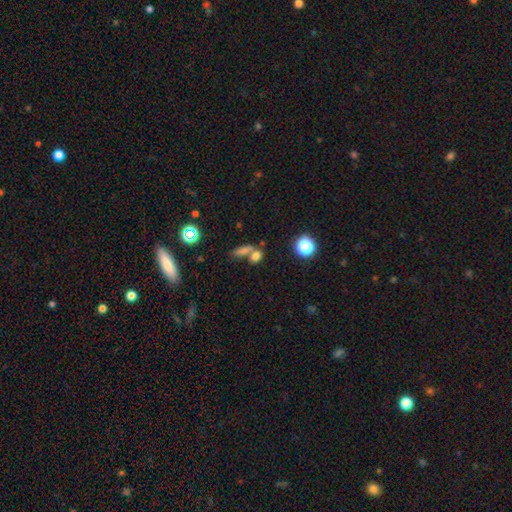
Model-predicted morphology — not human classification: Smooth or featured?
  - smooth: 74% *
  - star or artifact: 16%
  - featured or disk: 11%
How rounded?
  - in between: 57% *
  - round: 30%
  - cigar-shaped: 13%
Merging?
  - merger: 45% *
  - none: 42%
  - minor disturbance: 8%
  - major disturbance: 5%